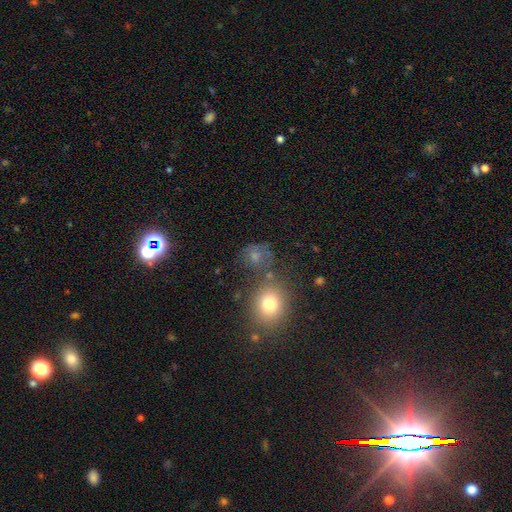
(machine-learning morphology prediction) Smooth or featured: smooth — 68% (star or artifact — 19%)
How rounded: round — 74% (in between — 25%)
Merging: none — 55% (minor disturbance — 17%)